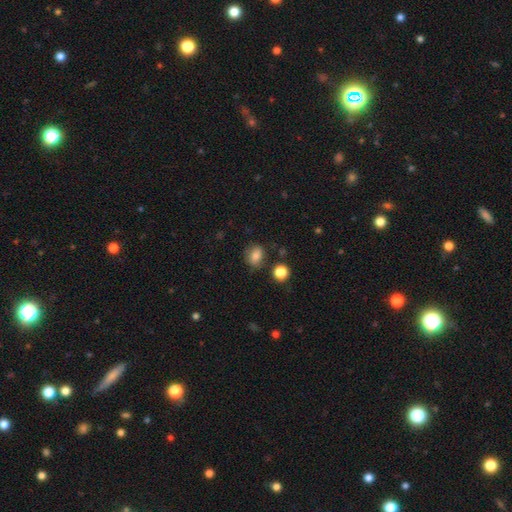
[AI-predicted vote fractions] Smooth or featured? Predicted: smooth (p=0.80). How rounded? Predicted: round (p=0.51). Merging? Predicted: none (p=0.75).